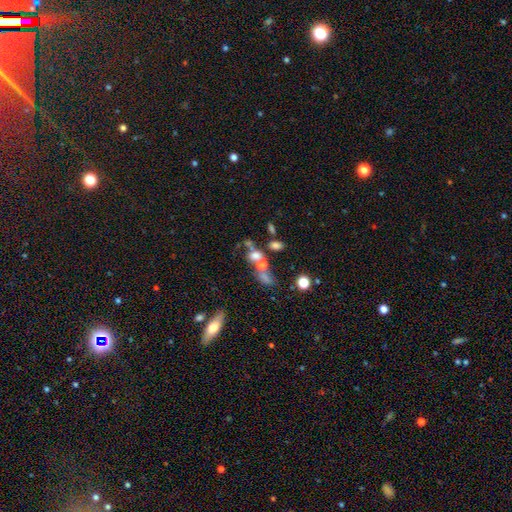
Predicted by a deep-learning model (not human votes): Smooth or featured? smooth (58%)
How rounded? in between (57%)
Merging? merger (51%)